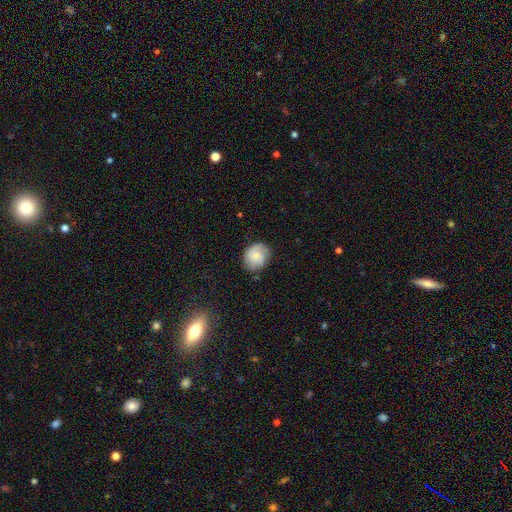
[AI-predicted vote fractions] Smooth or featured: smooth — 61% (featured or disk — 31%)
How rounded: round — 60% (in between — 39%)
Merging: none — 75% (minor disturbance — 19%)